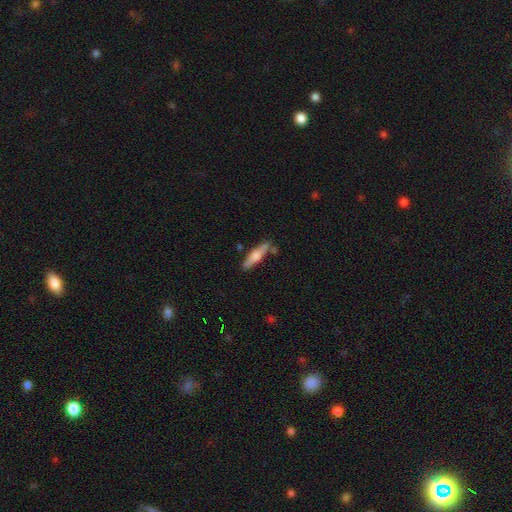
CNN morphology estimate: Smooth or featured: smooth — 52% (featured or disk — 42%)
How rounded: cigar-shaped — 80% (in between — 18%)
Merging: none — 80% (minor disturbance — 13%)